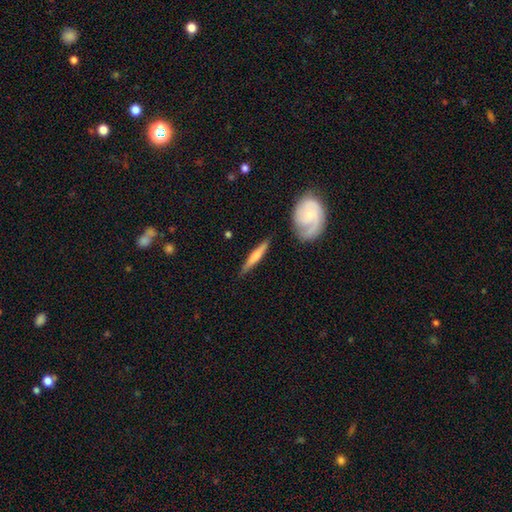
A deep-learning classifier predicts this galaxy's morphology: smooth 50%, featured or disk 45%, star or artifact 5%. Down the decision tree: merging — none (81%).